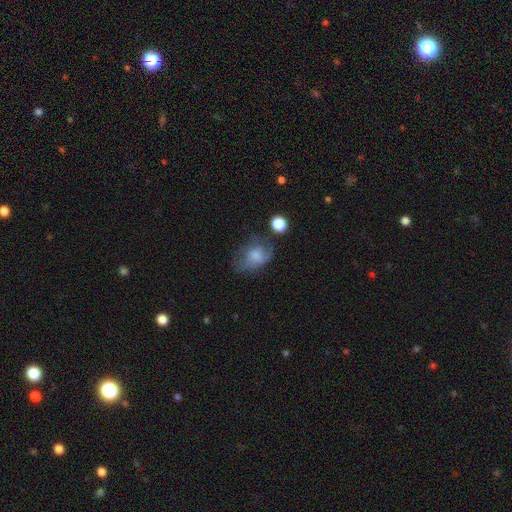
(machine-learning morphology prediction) smooth_or_featured: smooth (p=0.61) [alt: featured or disk p=0.29]
how_rounded: in between (p=0.67) [alt: round p=0.31]
merging: none (p=0.36) [alt: major disturbance p=0.31]